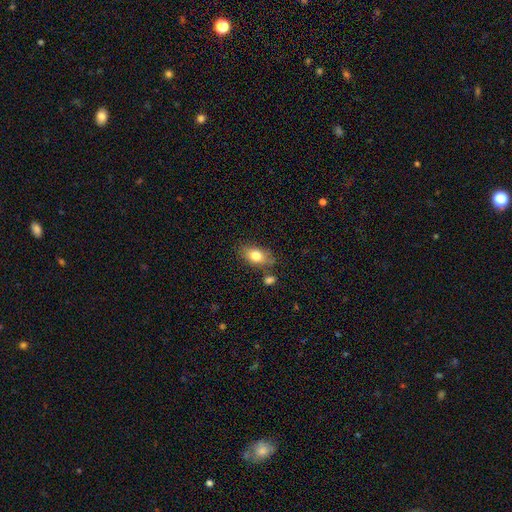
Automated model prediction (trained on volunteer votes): smooth-or-featured: smooth: 78% | featured or disk: 14% | star or artifact: 8%
  how-rounded: in between: 85% | round: 12% | cigar-shaped: 4%
  merging: none: 71% | minor disturbance: 17% | merger: 8% | major disturbance: 4%